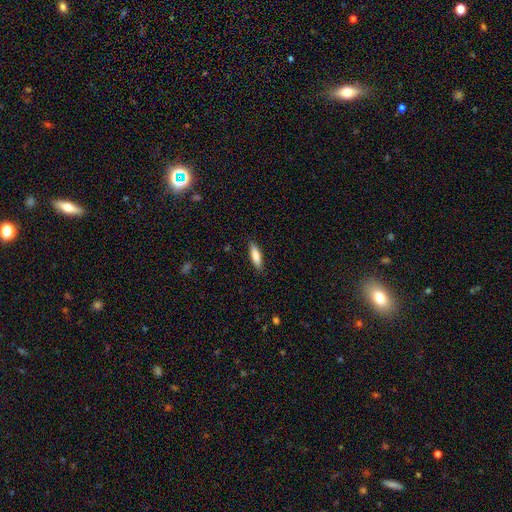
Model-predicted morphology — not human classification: Q: Smooth or featured?
A: smooth (78%); runner-up: featured or disk (16%)
Q: How rounded?
A: cigar-shaped (64%); runner-up: in between (34%)
Q: Merging?
A: none (88%); runner-up: minor disturbance (9%)